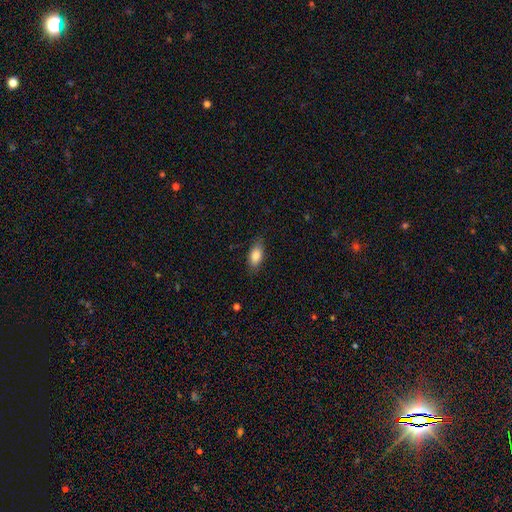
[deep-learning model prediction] The model was most divided on "merging": none: 82%, minor disturbance: 14%, major disturbance: 3%, merger: 1%. More confident: how rounded — in between (88%); smooth or featured — smooth (83%).